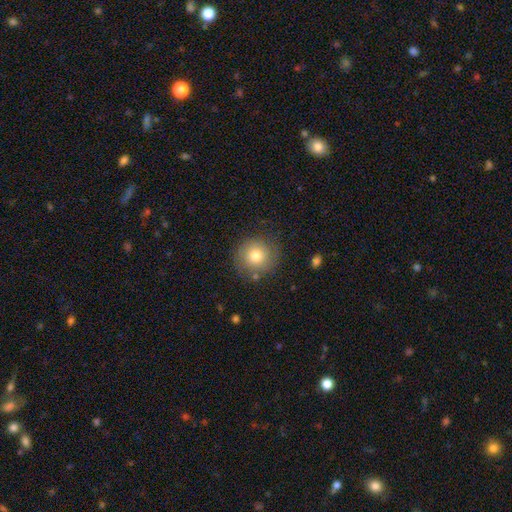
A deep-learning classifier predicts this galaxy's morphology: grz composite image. It shows a smooth galaxy with no disk features (75%) that is round (93%). Merging: none (82%).